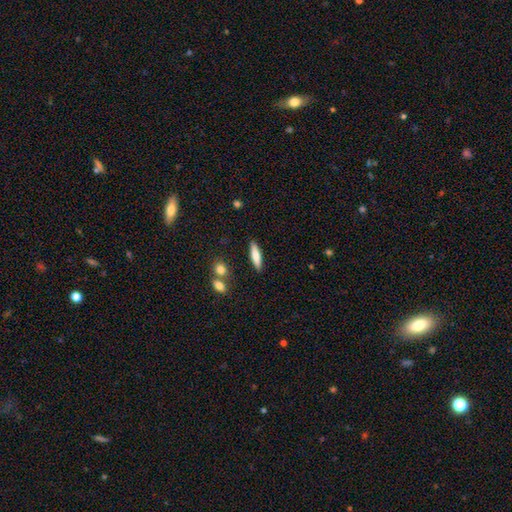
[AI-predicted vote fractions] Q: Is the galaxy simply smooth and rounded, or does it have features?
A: smooth — 72%.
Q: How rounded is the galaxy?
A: cigar-shaped — 76%.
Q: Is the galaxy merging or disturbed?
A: none — 86%.